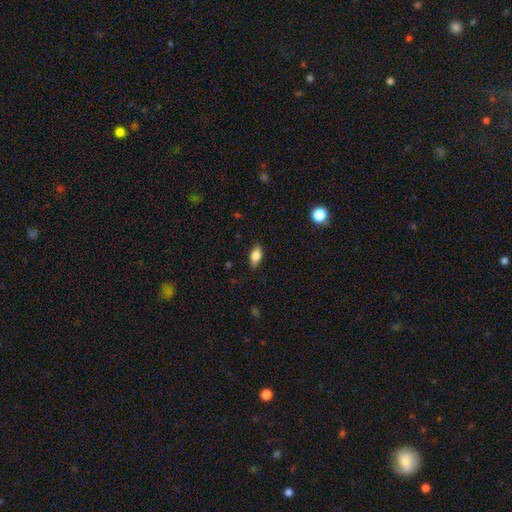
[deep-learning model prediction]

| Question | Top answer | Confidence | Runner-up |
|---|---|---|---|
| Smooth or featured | smooth | 80% | featured or disk (12%) |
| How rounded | in between | 87% | cigar-shaped (7%) |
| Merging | none | 82% | minor disturbance (14%) |